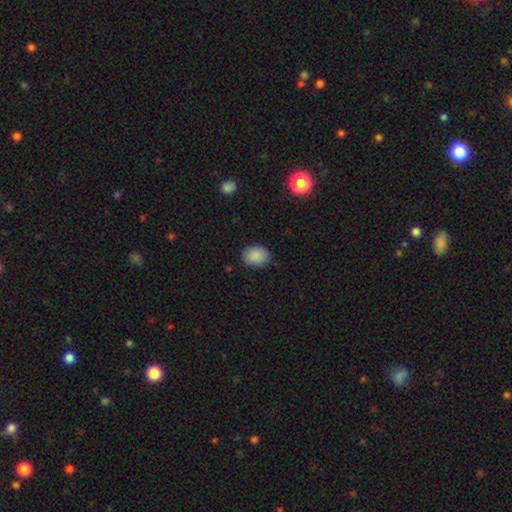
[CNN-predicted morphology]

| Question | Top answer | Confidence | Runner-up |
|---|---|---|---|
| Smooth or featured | smooth | 88% | star or artifact (8%) |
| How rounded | in between | 60% | round (39%) |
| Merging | none | 83% | minor disturbance (13%) |